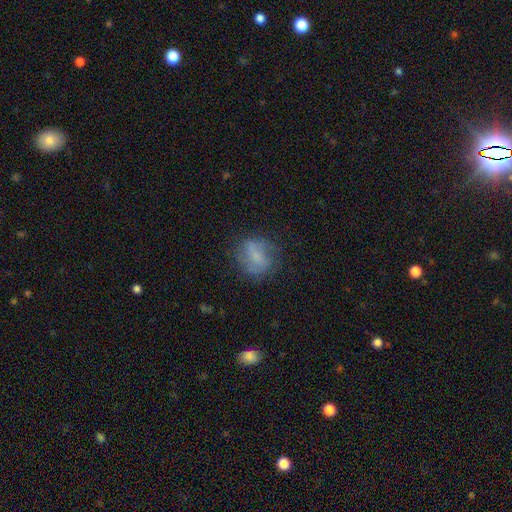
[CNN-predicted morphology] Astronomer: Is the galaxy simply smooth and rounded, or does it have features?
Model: smooth — 56% (runner-up: featured or disk, 34%).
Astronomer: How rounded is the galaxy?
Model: round — 51% (runner-up: in between, 46%).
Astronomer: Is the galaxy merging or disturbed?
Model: none — 63%.